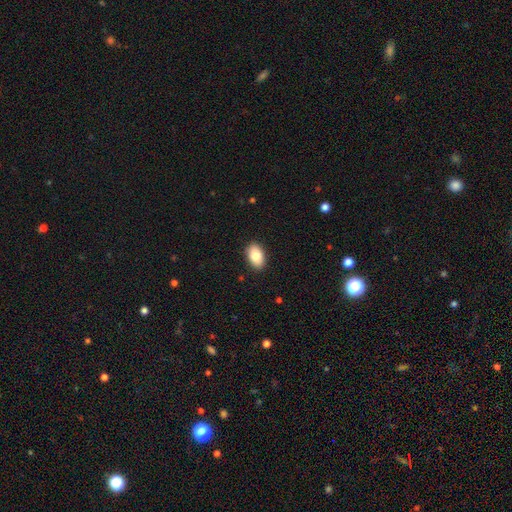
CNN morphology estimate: Q: Smooth or featured?
A: smooth (84%); runner-up: featured or disk (9%)
Q: How rounded?
A: in between (92%); runner-up: round (7%)
Q: Merging?
A: none (89%); runner-up: minor disturbance (8%)